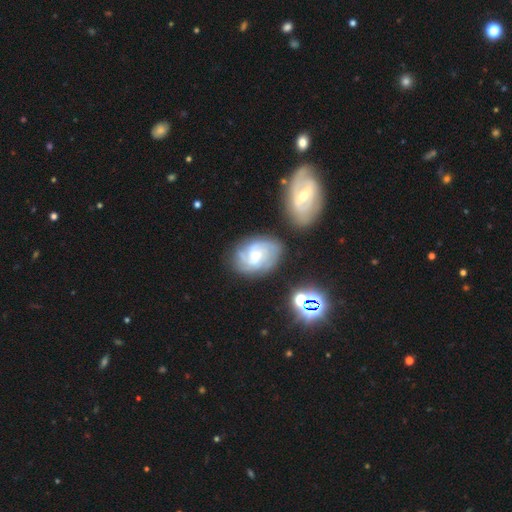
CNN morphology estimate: smooth_or_featured: featured or disk (p=0.72) [alt: smooth p=0.19]
disk_edge_on: no (p=0.97) [alt: yes p=0.03]
bar: no (p=0.57) [alt: weak p=0.37]
has_spiral_arms: yes (p=0.92) [alt: no p=0.08]
spiral_winding: tight (p=0.50) [alt: medium p=0.37]
spiral_arm_count: can't tell (p=0.36) [alt: 3 p=0.24]
bulge_size: small (p=0.47) [alt: moderate p=0.39]
merging: none (p=0.67) [alt: minor disturbance p=0.18]